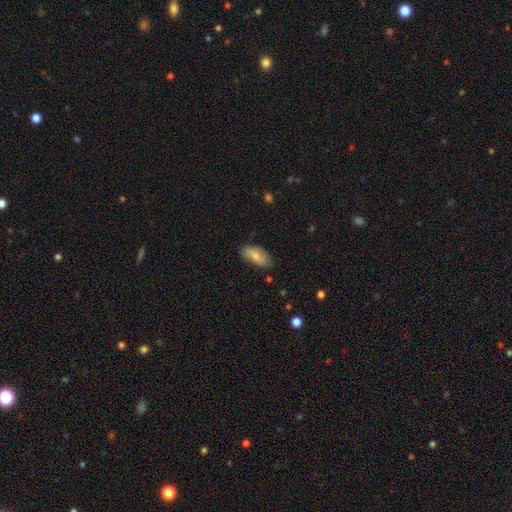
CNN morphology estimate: smooth 77%, featured or disk 17%, star or artifact 7%. Down the decision tree: how rounded — in between (91%); merging — none (76%).